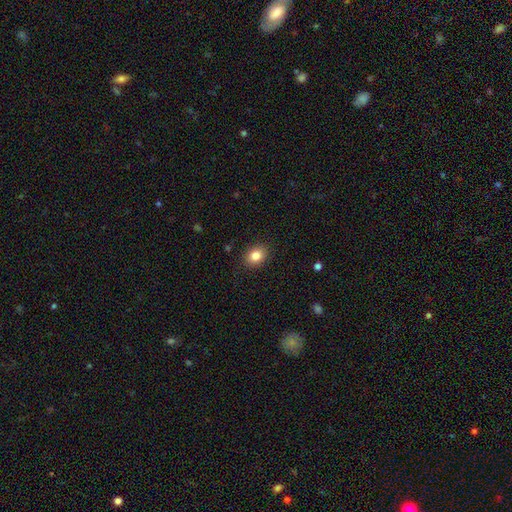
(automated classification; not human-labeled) Smooth or featured? smooth (84%)
How rounded? in between (53%)
Merging? none (89%)